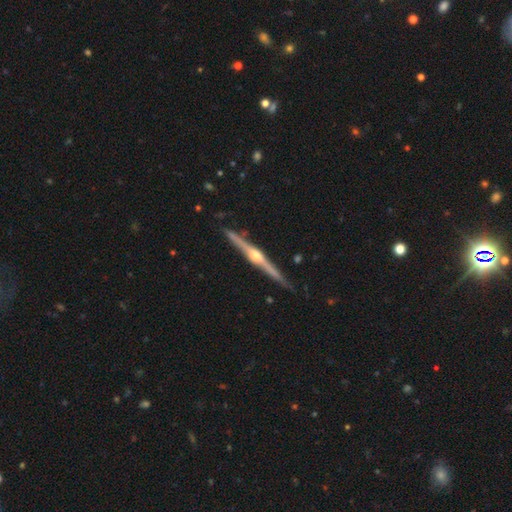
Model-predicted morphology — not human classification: A featured or disk galaxy (88%) viewed edge-on (99%) with a rounded central bulge (94%).

Vote fractions:
- Smooth or featured? featured or disk: 88% / smooth: 8% / star or artifact: 4%
- Edge-on disk? yes: 99% / no: 1%
- Edge-on bulge? rounded: 94% / boxy: 3% / none: 3%
- Merging? none: 90% / minor disturbance: 7% / major disturbance: 1% / merger: 1%